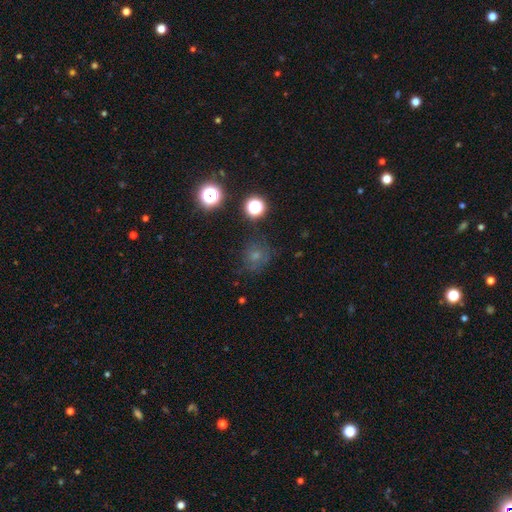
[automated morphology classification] A smooth galaxy with no disk features (59%) that is round (85%). Merging: none (71%).